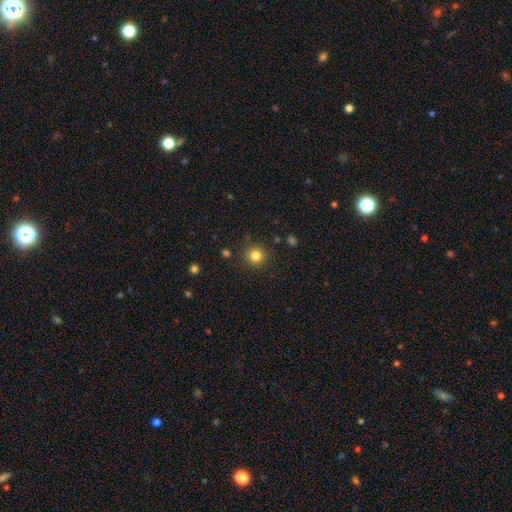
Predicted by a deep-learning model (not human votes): This is clearly a smooth galaxy (82%). How rounded: clearly round (93%). Merging: clearly none (88%).